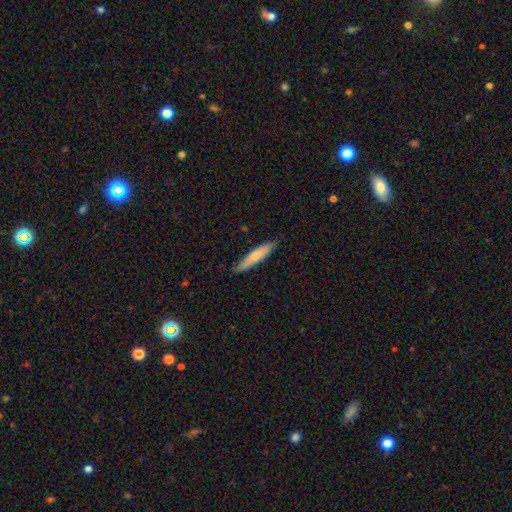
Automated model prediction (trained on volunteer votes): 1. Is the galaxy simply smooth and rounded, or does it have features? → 67% smooth, 27% featured or disk, 5% star or artifact.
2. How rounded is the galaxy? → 88% cigar-shaped, 11% in between, 1% round.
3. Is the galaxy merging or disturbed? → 85% none, 12% minor disturbance, 2% major disturbance, 1% merger.